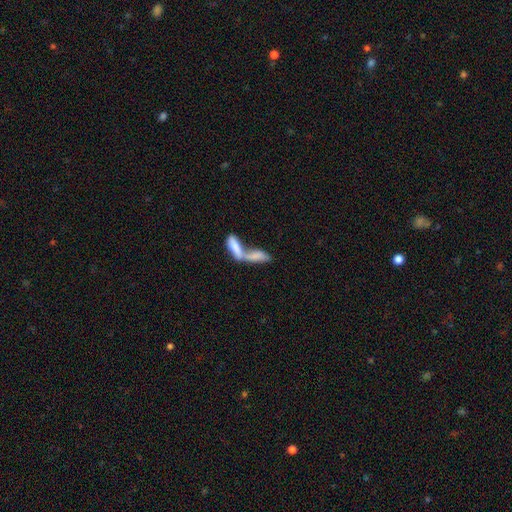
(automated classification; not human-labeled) The model was most divided on "how rounded": in between: 56%, cigar-shaped: 41%, round: 3%. More confident: merging — merger (80%); smooth or featured — smooth (71%).